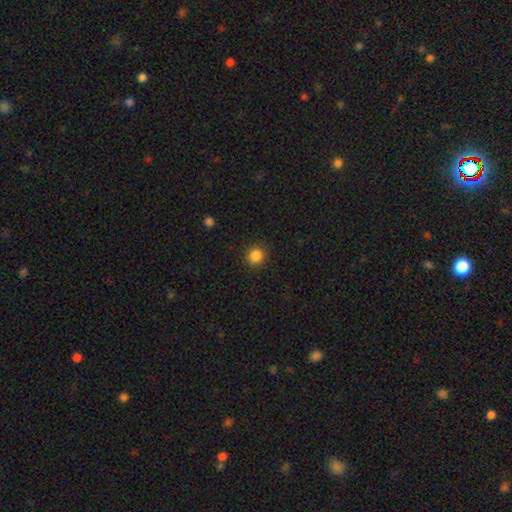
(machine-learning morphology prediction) smooth_or_featured: smooth (p=0.86) [alt: star or artifact p=0.11]
how_rounded: round (p=0.91) [alt: in between p=0.08]
merging: none (p=0.90) [alt: minor disturbance p=0.07]